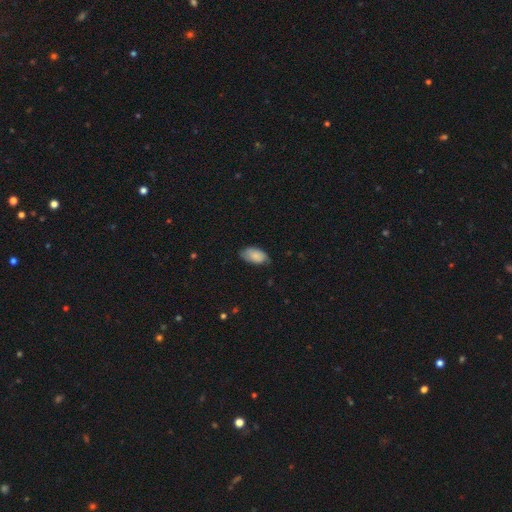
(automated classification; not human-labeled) Q: Smooth or featured?
A: smooth (84%); runner-up: featured or disk (9%)
Q: How rounded?
A: in between (94%); runner-up: round (4%)
Q: Merging?
A: none (71%); runner-up: minor disturbance (24%)